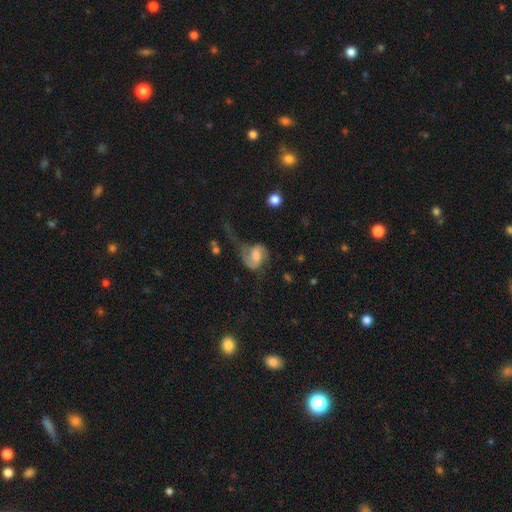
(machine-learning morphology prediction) featured or disk 65%, smooth 27%, star or artifact 8%. Down the decision tree: edge-on disk — no (97%); bar — weak (47%); spiral arms — yes (87%); spiral arm count — 2 (76%); spiral winding — loose (55%); bulge size — moderate (41%); merging — major disturbance (48%).